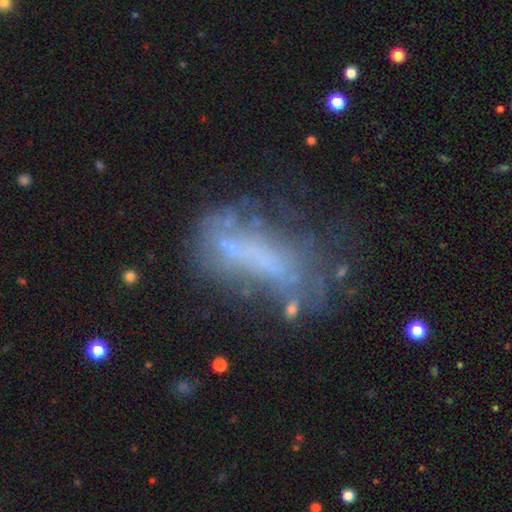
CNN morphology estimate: Smooth or featured: featured or disk — 47% (smooth — 34%)
Merging: major disturbance — 33% (none — 32%)